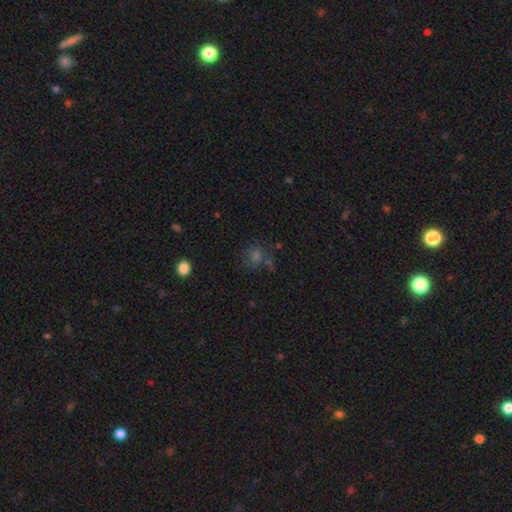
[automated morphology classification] A smooth galaxy with no disk features (57%) that is round (84%). Merging: none (69%).